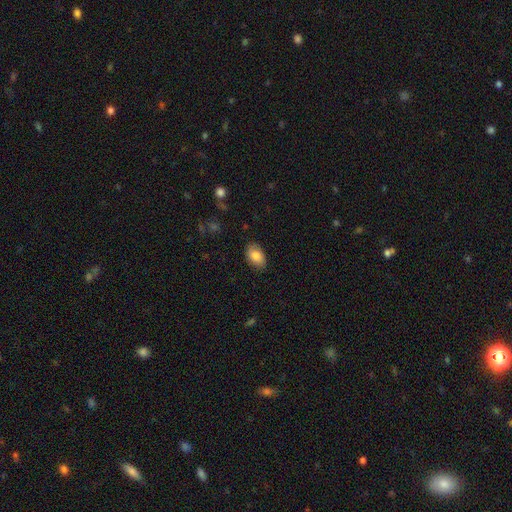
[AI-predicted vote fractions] smooth_or_featured: smooth (p=0.84) [alt: featured or disk p=0.09]
how_rounded: in between (p=0.91) [alt: round p=0.08]
merging: none (p=0.83) [alt: minor disturbance p=0.13]